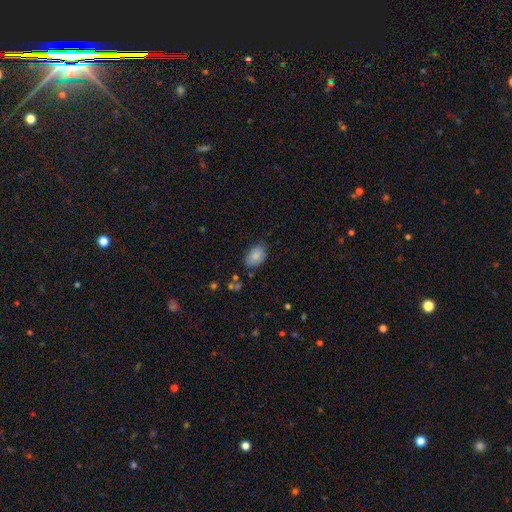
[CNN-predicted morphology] Overall: smooth (83%). How rounded: in between (88%). Merging: none (72%).